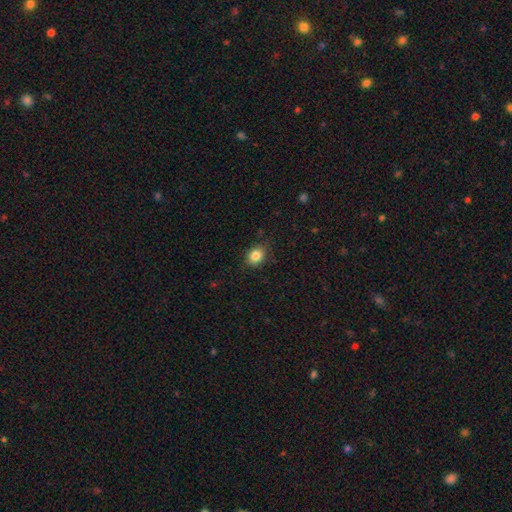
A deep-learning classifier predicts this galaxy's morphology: This appears to be a smooth galaxy with no disk features (84%) that is round (50%). Merging: none (83%).